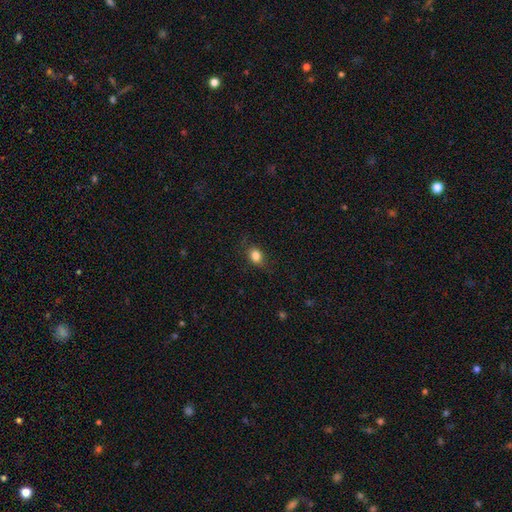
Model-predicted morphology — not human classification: Q: Smooth or featured?
A: smooth (82%); runner-up: star or artifact (10%)
Q: How rounded?
A: in between (59%); runner-up: round (40%)
Q: Merging?
A: none (78%); runner-up: minor disturbance (16%)